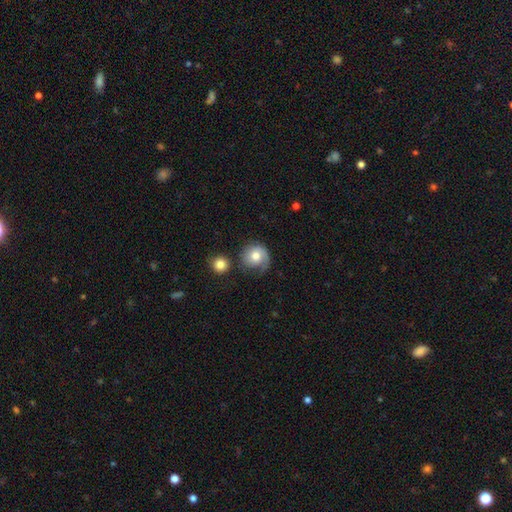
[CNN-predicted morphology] A smooth galaxy with no disk features (55%) that is round (84%). Merging: none (50%).